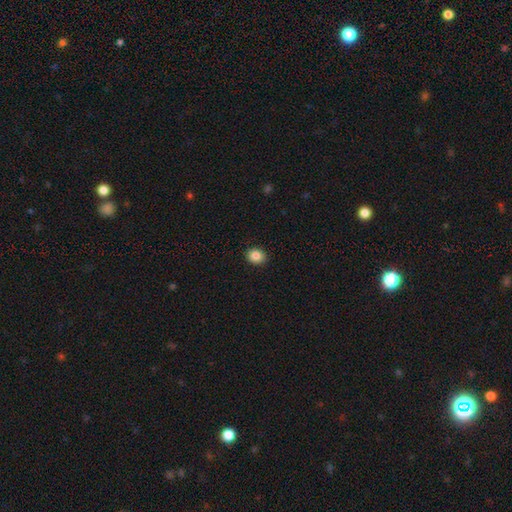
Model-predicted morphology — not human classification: This appears to be a smooth galaxy with no disk features (85%) that is round (58%). Merging: none (91%).